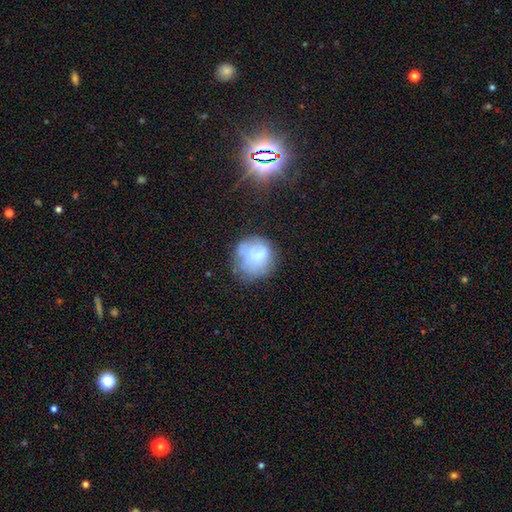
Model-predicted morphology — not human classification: smooth_or_featured: smooth (p=0.63) [alt: featured or disk p=0.26]
how_rounded: round (p=0.83) [alt: in between p=0.16]
merging: none (p=0.51) [alt: minor disturbance p=0.26]